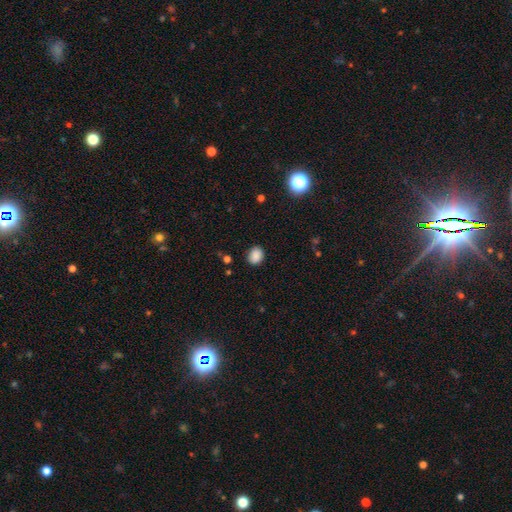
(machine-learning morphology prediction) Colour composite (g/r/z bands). It shows a smooth galaxy with no disk features (87%) that is round (54%). Merging: none (87%).